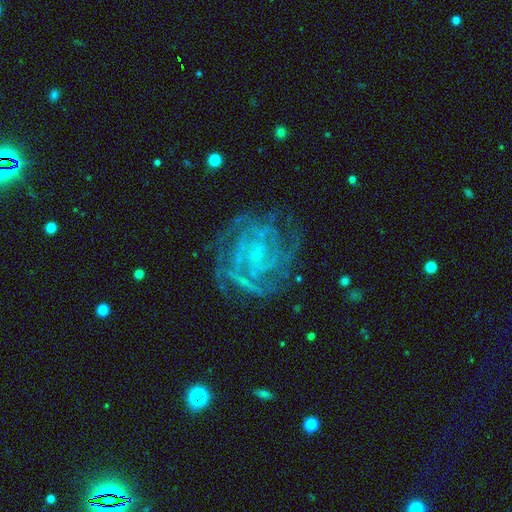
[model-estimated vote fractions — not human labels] smooth_or_featured: featured or disk (p=0.86) [alt: star or artifact p=0.08]
disk_edge_on: no (p=0.98) [alt: yes p=0.02]
bar: no (p=0.61) [alt: weak p=0.31]
has_spiral_arms: yes (p=0.96) [alt: no p=0.04]
spiral_winding: tight (p=0.67) [alt: medium p=0.28]
spiral_arm_count: can't tell (p=0.26) [alt: 3 p=0.22]
bulge_size: small (p=0.68) [alt: none p=0.22]
merging: none (p=0.73) [alt: minor disturbance p=0.16]